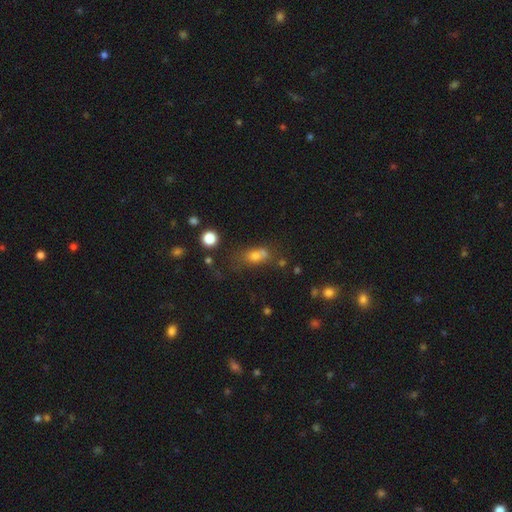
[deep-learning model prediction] A smooth galaxy with no disk features (68%) that is in between round and cigar-shaped (52%). Merging: merger (39%).